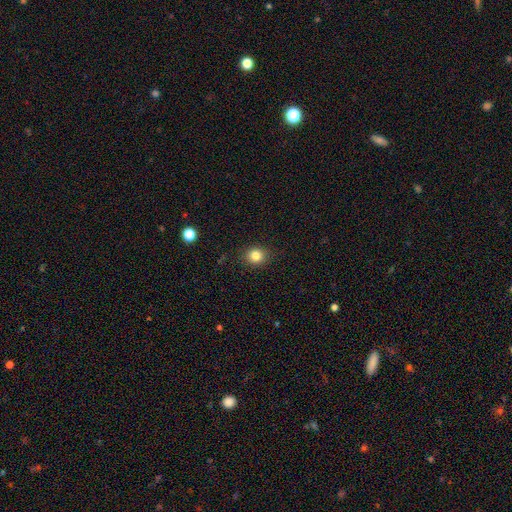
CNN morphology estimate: Smooth or featured? Predicted: smooth (p=0.83). How rounded? Predicted: round (p=0.78). Merging? Predicted: none (p=0.88).